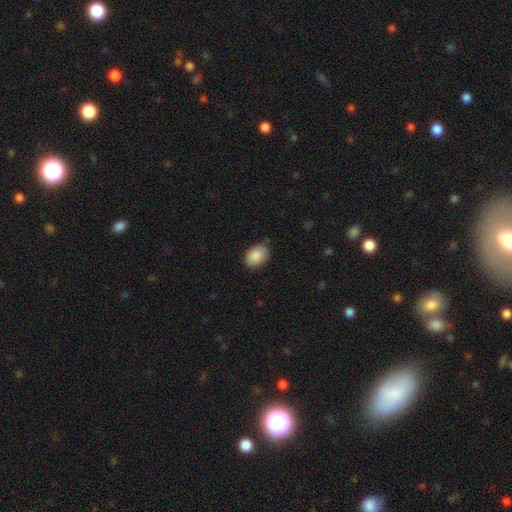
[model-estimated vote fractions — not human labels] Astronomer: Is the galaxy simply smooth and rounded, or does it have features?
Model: smooth — 89%.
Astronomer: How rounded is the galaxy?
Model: in between — 80%.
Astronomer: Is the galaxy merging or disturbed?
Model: none — 76%.